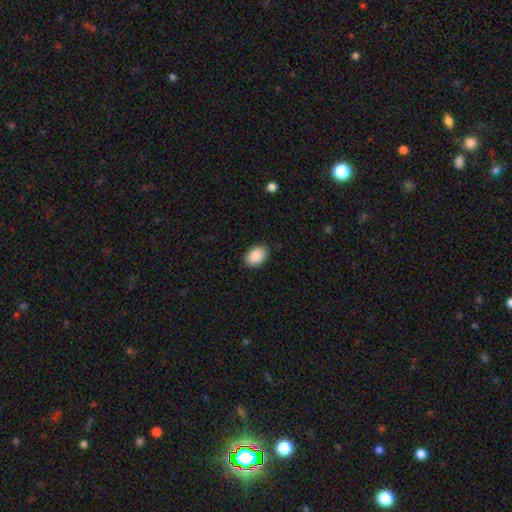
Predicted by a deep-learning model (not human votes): Morphology: type=smooth (89%); roundness=in between (84%); merging=none (87%).